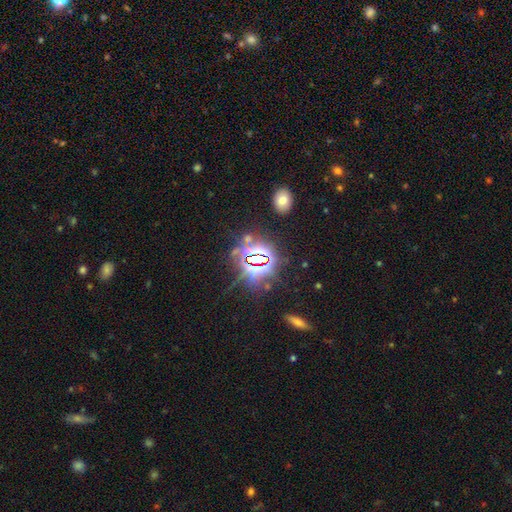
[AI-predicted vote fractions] Morphology: type=star or artifact (80%).